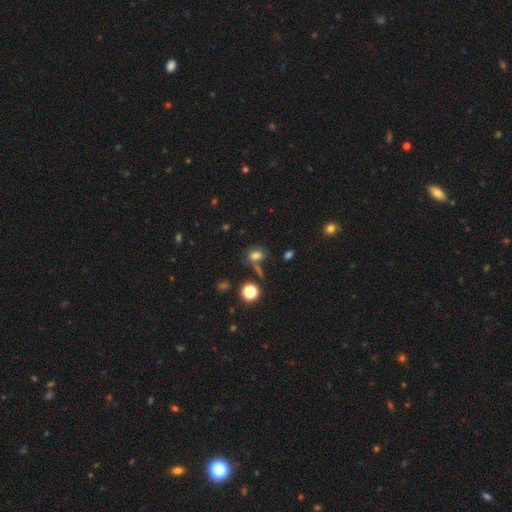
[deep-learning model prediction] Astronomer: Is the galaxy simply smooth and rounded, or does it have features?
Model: smooth — 71%.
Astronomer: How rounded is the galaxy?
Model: in between — 65%.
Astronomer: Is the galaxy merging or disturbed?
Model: none — 59%.